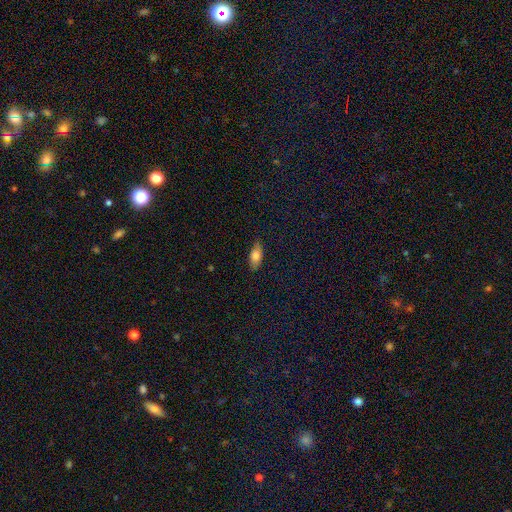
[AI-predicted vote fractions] The model was most divided on "merging": none: 76%, minor disturbance: 19%, major disturbance: 4%, merger: 1%. More confident: how rounded — in between (83%); smooth or featured — smooth (74%).